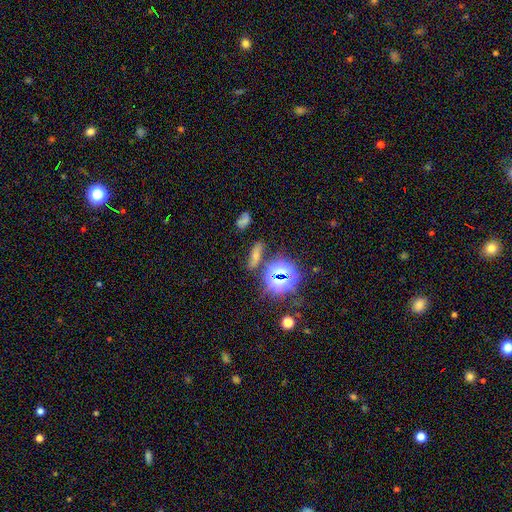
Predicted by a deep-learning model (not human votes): Morphology: type=smooth (41%); merging=none (73%).